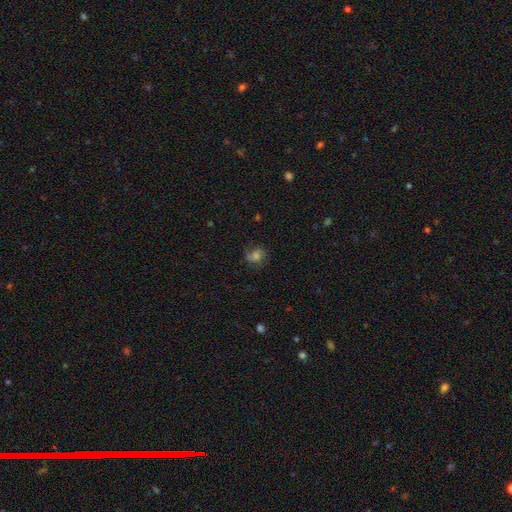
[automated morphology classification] smooth-or-featured: smooth: 56% | featured or disk: 26% | star or artifact: 17%
  how-rounded: round: 63% | in between: 36% | cigar-shaped: 1%
  merging: none: 64% | minor disturbance: 23% | major disturbance: 11% | merger: 2%